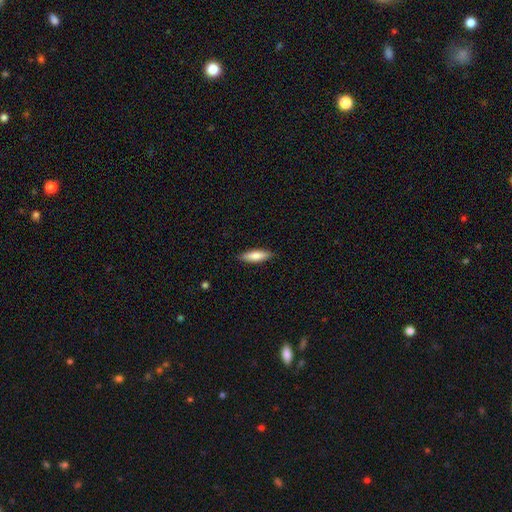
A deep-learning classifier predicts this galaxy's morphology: smooth_or_featured: smooth (p=0.77) [alt: featured or disk p=0.17]
how_rounded: cigar-shaped (p=0.57) [alt: in between p=0.42]
merging: none (p=0.88) [alt: minor disturbance p=0.09]